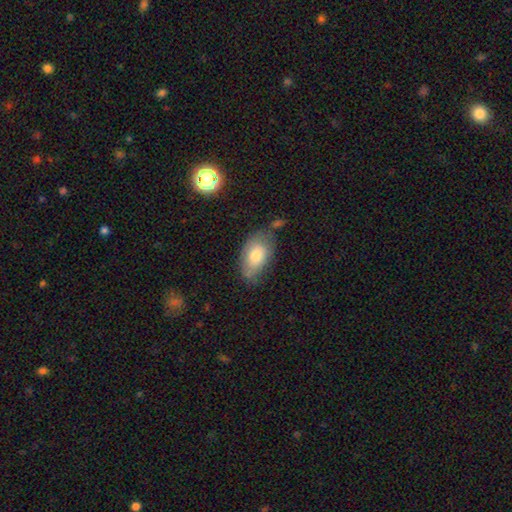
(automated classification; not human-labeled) A smooth galaxy with no disk features (72%) that is in between round and cigar-shaped (92%).

Vote fractions:
- Smooth or featured? smooth: 72% / featured or disk: 21% / star or artifact: 7%
- How rounded? in between: 92% / round: 6% / cigar-shaped: 2%
- Merging? none: 58% / minor disturbance: 28% / major disturbance: 8% / merger: 7%